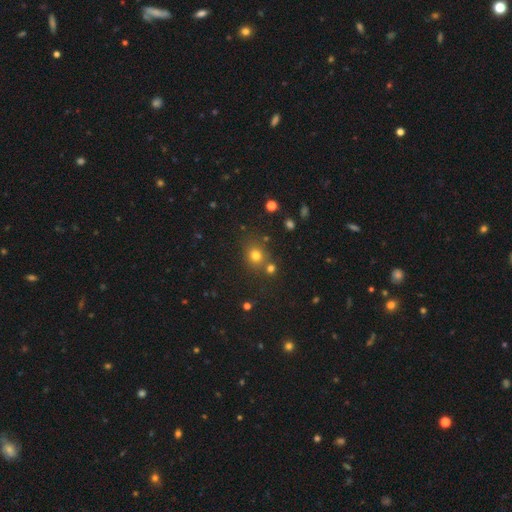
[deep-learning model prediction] Smooth or featured?
  - smooth: 73% *
  - star or artifact: 19%
  - featured or disk: 8%
How rounded?
  - round: 79% *
  - in between: 20%
  - cigar-shaped: 1%
Merging?
  - none: 70% *
  - merger: 16%
  - minor disturbance: 10%
  - major disturbance: 4%